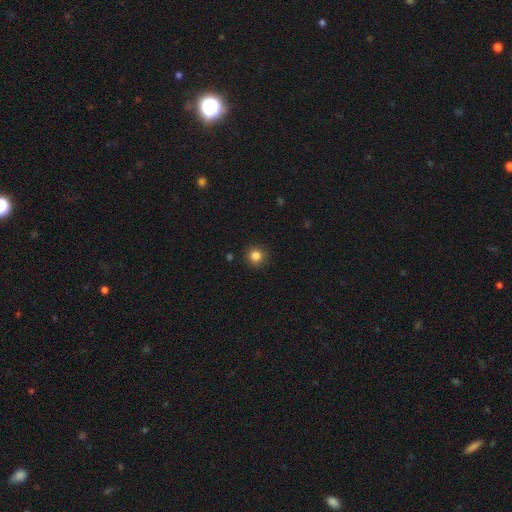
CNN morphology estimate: Smooth or featured?
  - smooth: 85% *
  - star or artifact: 12%
  - featured or disk: 4%
How rounded?
  - round: 93% *
  - in between: 6%
  - cigar-shaped: 1%
Merging?
  - none: 91% *
  - minor disturbance: 6%
  - major disturbance: 2%
  - merger: 1%